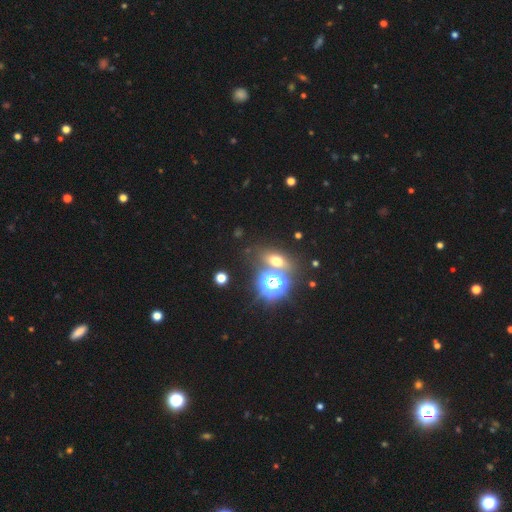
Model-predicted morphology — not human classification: Smooth or featured: star or artifact — 79% (smooth — 14%)